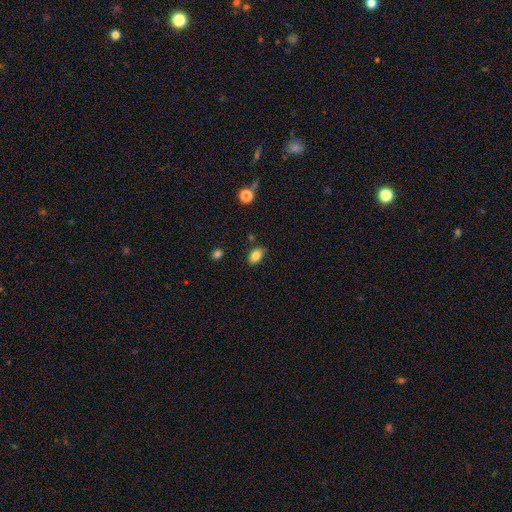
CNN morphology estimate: This appears to be a smooth galaxy with no disk features (83%) that is in between round and cigar-shaped (84%). Merging: none (78%).